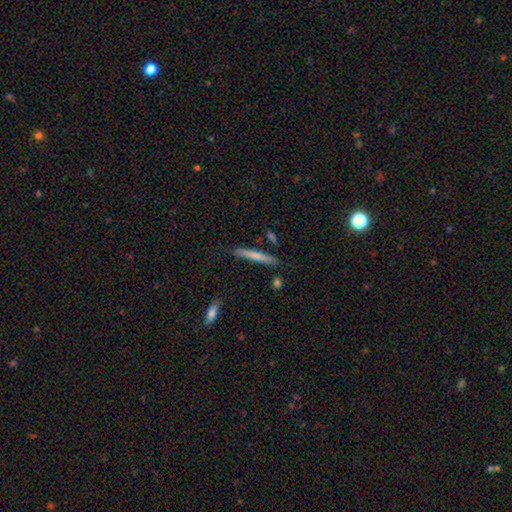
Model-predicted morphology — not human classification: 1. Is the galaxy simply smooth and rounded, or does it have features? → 65% smooth, 30% featured or disk, 6% star or artifact.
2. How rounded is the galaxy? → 95% cigar-shaped, 4% in between, 1% round.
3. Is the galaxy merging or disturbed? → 81% none, 13% minor disturbance, 3% merger, 2% major disturbance.